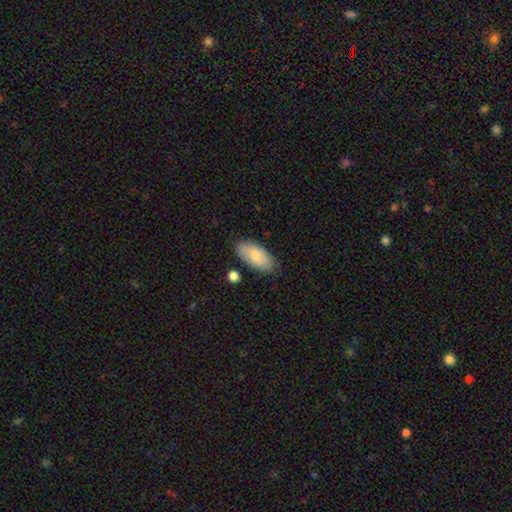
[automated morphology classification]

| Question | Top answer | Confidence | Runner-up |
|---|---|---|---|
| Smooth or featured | smooth | 77% | featured or disk (17%) |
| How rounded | in between | 93% | cigar-shaped (5%) |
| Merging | none | 79% | minor disturbance (15%) |